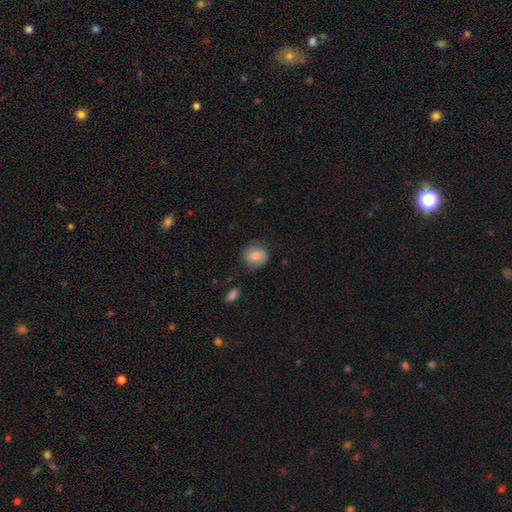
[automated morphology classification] A smooth galaxy with no disk features (77%) that is round (84%). Merging: none (78%).